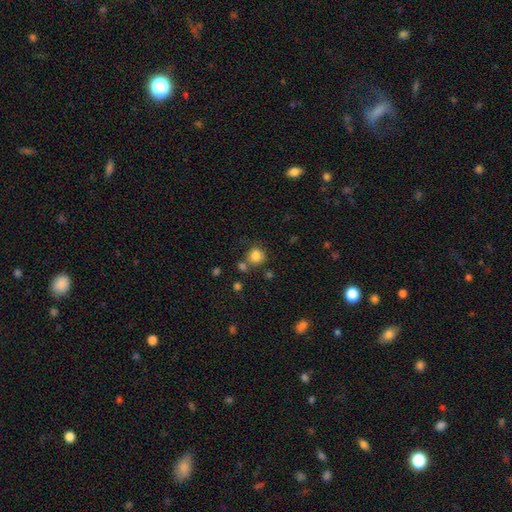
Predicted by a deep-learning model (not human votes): smooth-or-featured: smooth: 83% | star or artifact: 11% | featured or disk: 6%
  how-rounded: round: 77% | in between: 22% | cigar-shaped: 1%
  merging: none: 65% | minor disturbance: 15% | merger: 14% | major disturbance: 6%